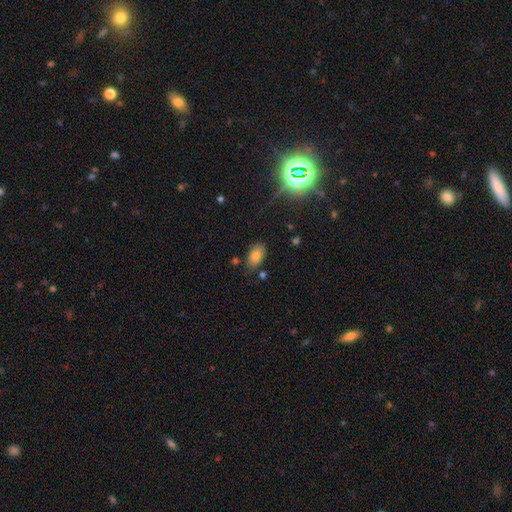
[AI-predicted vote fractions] smooth-or-featured: smooth: 78% | star or artifact: 11% | featured or disk: 11%
  how-rounded: in between: 91% | round: 7% | cigar-shaped: 2%
  merging: none: 73% | minor disturbance: 18% | merger: 4% | major disturbance: 4%